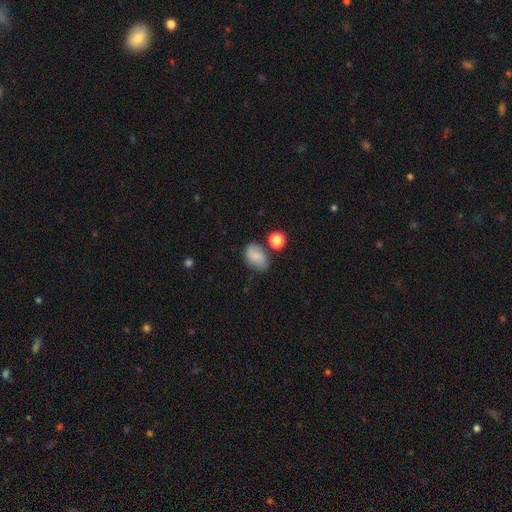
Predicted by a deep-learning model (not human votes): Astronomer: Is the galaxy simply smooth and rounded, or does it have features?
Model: smooth — 82%.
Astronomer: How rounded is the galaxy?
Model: in between — 82%.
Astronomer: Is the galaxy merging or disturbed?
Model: none — 68%.